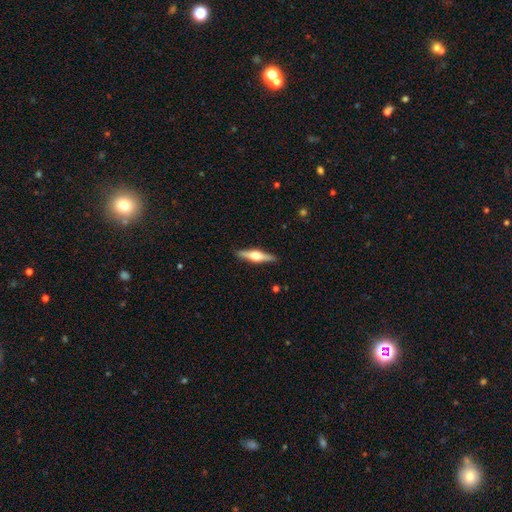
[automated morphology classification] smooth_or_featured: featured or disk (p=0.68) [alt: smooth p=0.27]
disk_edge_on: yes (p=0.97) [alt: no p=0.03]
edge_on_bulge: rounded (p=0.95) [alt: boxy p=0.04]
merging: none (p=0.91) [alt: minor disturbance p=0.07]